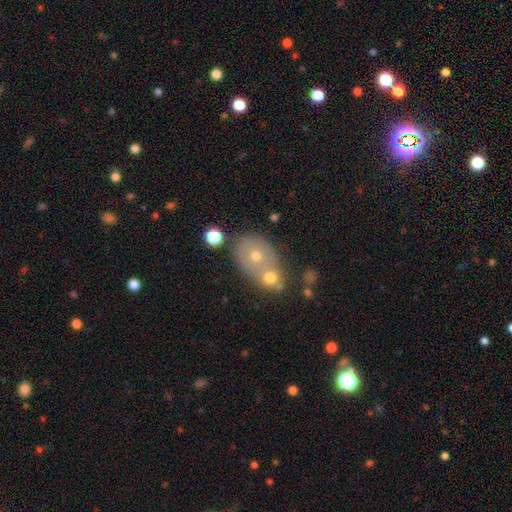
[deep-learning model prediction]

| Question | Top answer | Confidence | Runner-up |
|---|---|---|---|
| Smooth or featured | smooth | 55% | featured or disk (34%) |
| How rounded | in between | 51% | round (47%) |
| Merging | merger | 57% | none (29%) |